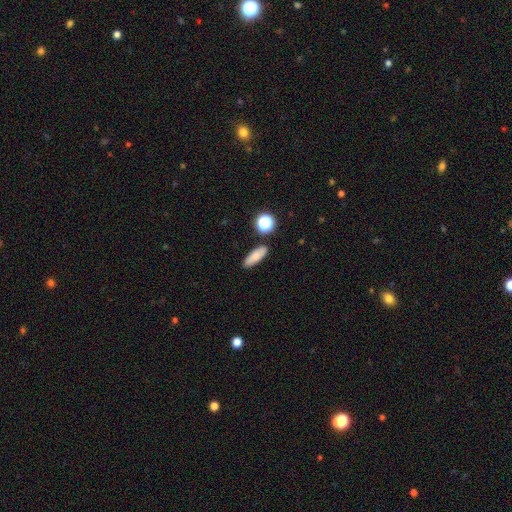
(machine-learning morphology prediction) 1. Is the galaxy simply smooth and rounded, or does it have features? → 80% smooth, 10% star or artifact, 10% featured or disk.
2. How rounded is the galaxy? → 58% in between, 36% cigar-shaped, 6% round.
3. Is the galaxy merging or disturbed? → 85% none, 9% minor disturbance, 4% merger, 2% major disturbance.